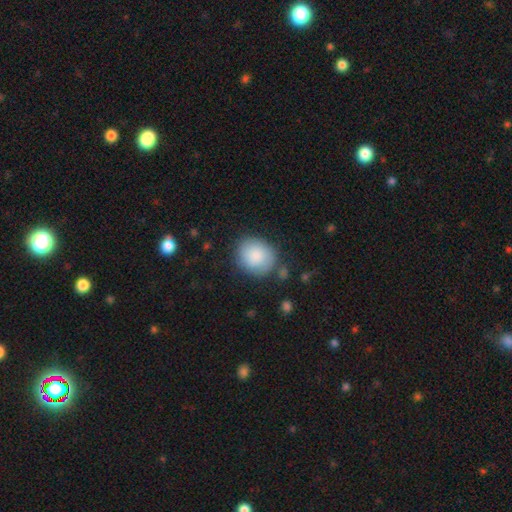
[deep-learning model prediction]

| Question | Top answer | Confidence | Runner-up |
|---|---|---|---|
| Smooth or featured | smooth | 86% | featured or disk (8%) |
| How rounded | round | 79% | in between (20%) |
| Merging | none | 75% | minor disturbance (16%) |